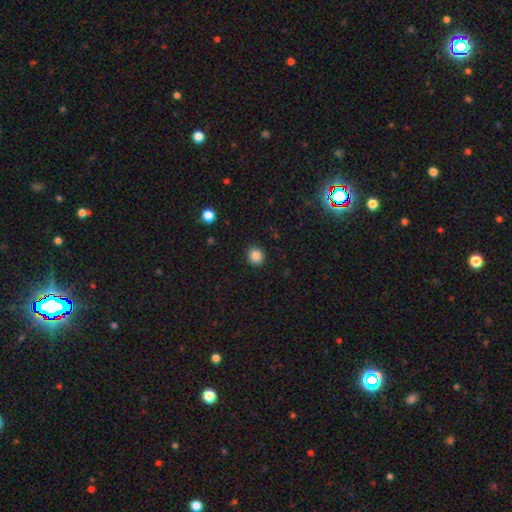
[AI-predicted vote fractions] smooth_or_featured: smooth (p=0.85) [alt: star or artifact p=0.11]
how_rounded: round (p=0.85) [alt: in between p=0.14]
merging: none (p=0.91) [alt: minor disturbance p=0.06]